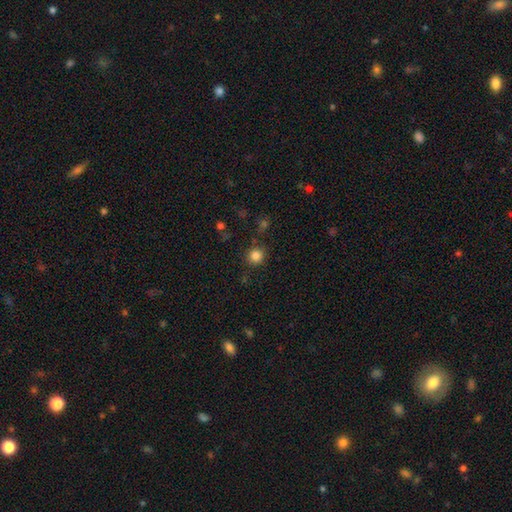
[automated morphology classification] Smooth or featured?
  - smooth: 83% *
  - star or artifact: 12%
  - featured or disk: 5%
How rounded?
  - round: 92% *
  - in between: 7%
  - cigar-shaped: 1%
Merging?
  - none: 86% *
  - minor disturbance: 9%
  - merger: 3%
  - major disturbance: 3%